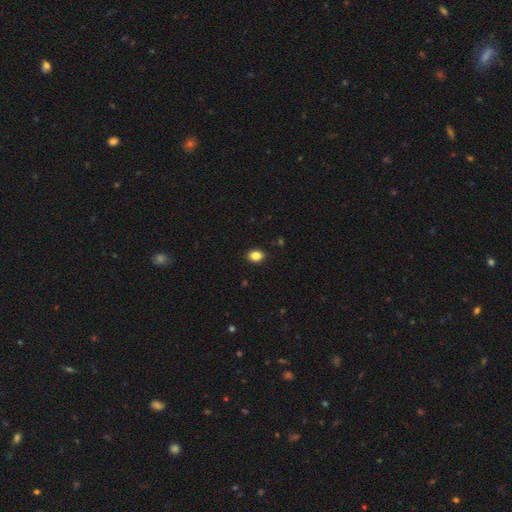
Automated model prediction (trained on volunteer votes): Smooth or featured?
  - smooth: 85% *
  - star or artifact: 10%
  - featured or disk: 5%
How rounded?
  - in between: 65% *
  - round: 34%
  - cigar-shaped: 1%
Merging?
  - none: 90% *
  - minor disturbance: 7%
  - major disturbance: 2%
  - merger: 1%